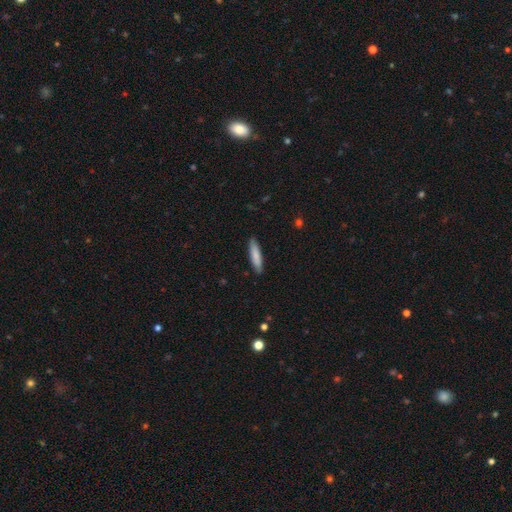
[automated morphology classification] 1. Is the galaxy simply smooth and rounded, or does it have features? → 81% smooth, 14% featured or disk, 5% star or artifact.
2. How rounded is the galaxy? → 80% cigar-shaped, 19% in between, 1% round.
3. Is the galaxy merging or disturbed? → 89% none, 9% minor disturbance, 2% major disturbance, 1% merger.